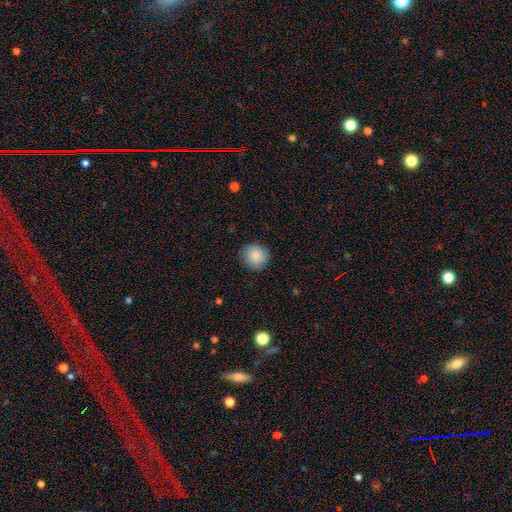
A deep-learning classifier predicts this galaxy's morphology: smooth 86%, star or artifact 8%, featured or disk 6%. Down the decision tree: how rounded — round (92%); merging — none (86%).